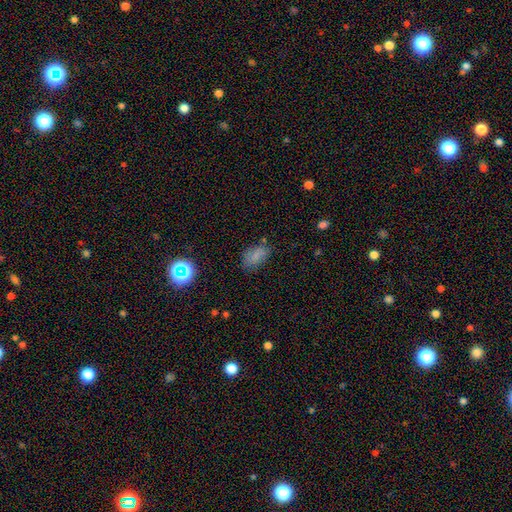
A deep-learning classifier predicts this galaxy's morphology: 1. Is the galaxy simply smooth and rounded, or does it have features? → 72% smooth, 16% star or artifact, 12% featured or disk.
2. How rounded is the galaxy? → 89% in between, 9% round, 2% cigar-shaped.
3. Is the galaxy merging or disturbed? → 67% none, 22% minor disturbance, 7% major disturbance, 3% merger.